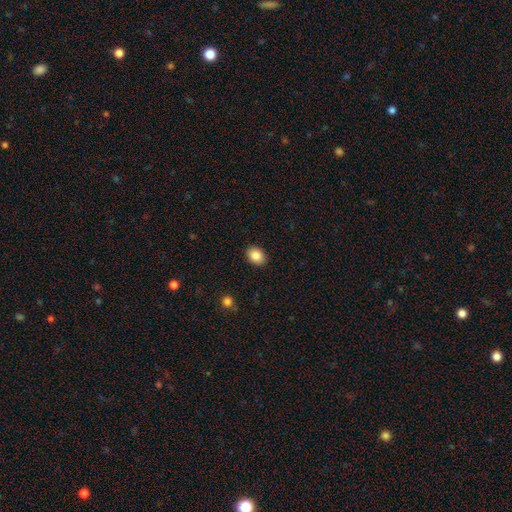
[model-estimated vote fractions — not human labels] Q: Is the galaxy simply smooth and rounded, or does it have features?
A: smooth — 85%.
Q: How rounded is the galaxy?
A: in between — 64%.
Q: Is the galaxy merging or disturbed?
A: none — 90%.